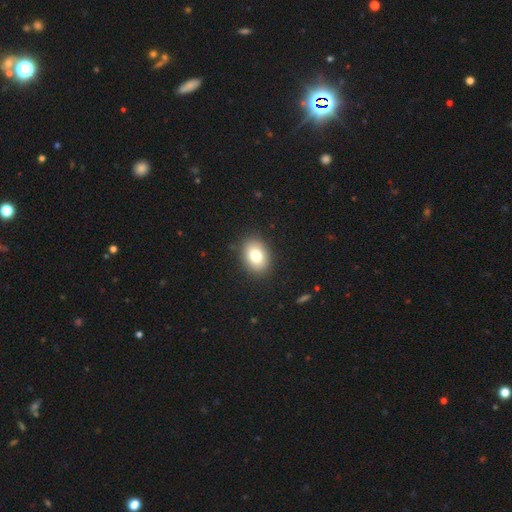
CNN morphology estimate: Overall: smooth (80%). How rounded: in between (75%). Merging: none (89%).